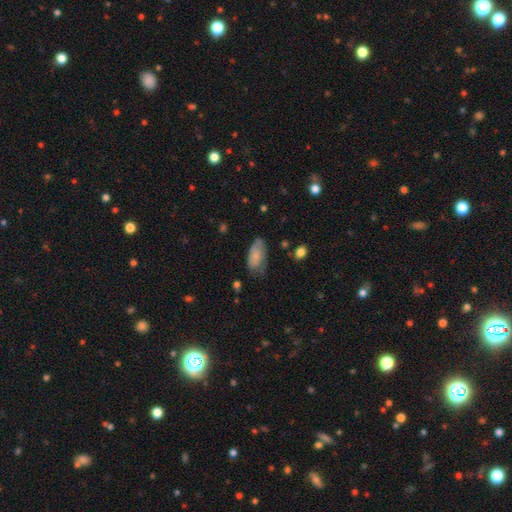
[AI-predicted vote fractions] Smooth or featured? Predicted: smooth (p=0.74). How rounded? Predicted: in between (p=0.91). Merging? Predicted: none (p=0.49).